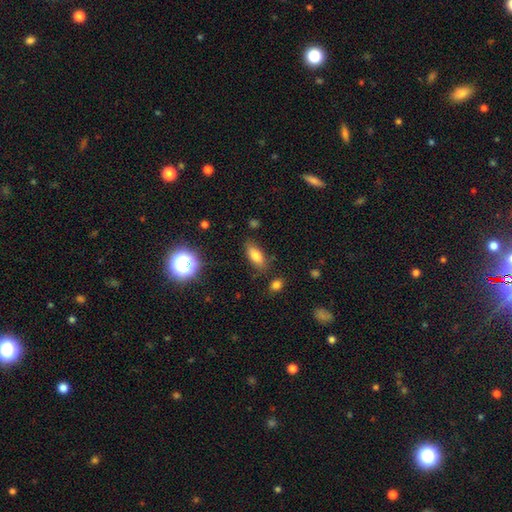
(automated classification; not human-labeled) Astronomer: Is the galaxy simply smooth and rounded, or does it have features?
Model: smooth — 77%.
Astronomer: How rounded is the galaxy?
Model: in between — 80%.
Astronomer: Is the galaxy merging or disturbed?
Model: none — 80%.